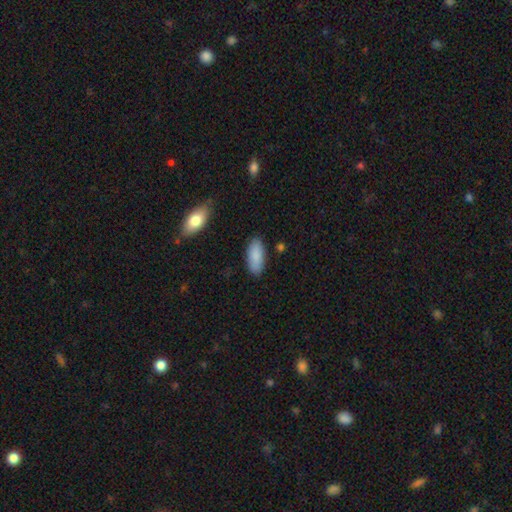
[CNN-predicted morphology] A smooth galaxy with no disk features (88%) that is in between round and cigar-shaped (86%). Merging: none (85%).